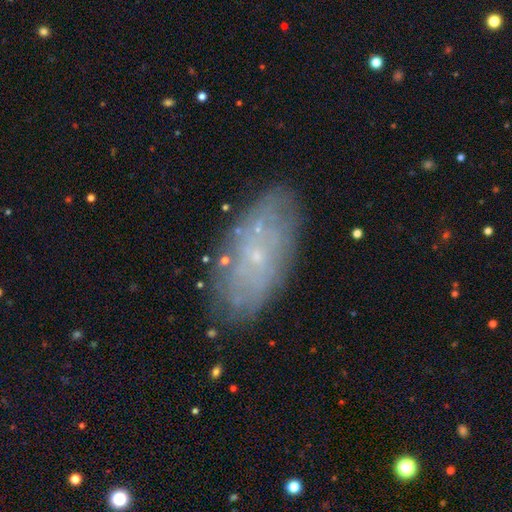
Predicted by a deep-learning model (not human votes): A featured or disk galaxy (52%). Merging: none (81%).